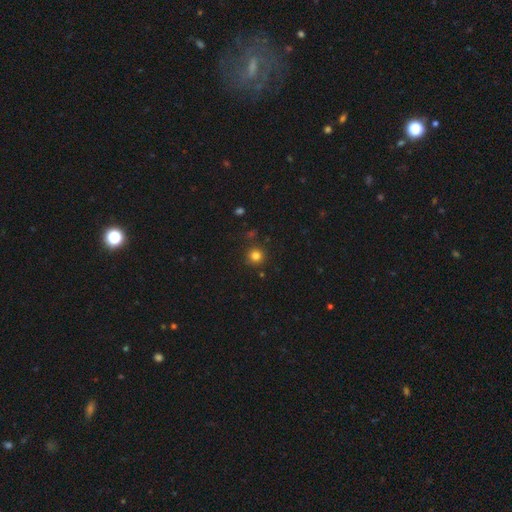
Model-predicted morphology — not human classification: Smooth or featured?
  - smooth: 81% *
  - star or artifact: 14%
  - featured or disk: 5%
How rounded?
  - round: 95% *
  - in between: 4%
  - cigar-shaped: 1%
Merging?
  - none: 89% *
  - minor disturbance: 6%
  - merger: 3%
  - major disturbance: 2%